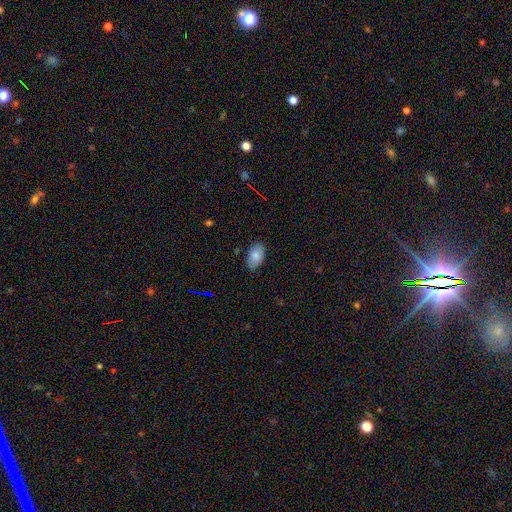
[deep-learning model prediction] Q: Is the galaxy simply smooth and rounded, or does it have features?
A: smooth — 83%.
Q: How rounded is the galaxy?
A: in between — 93%.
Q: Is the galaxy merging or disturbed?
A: none — 83%.